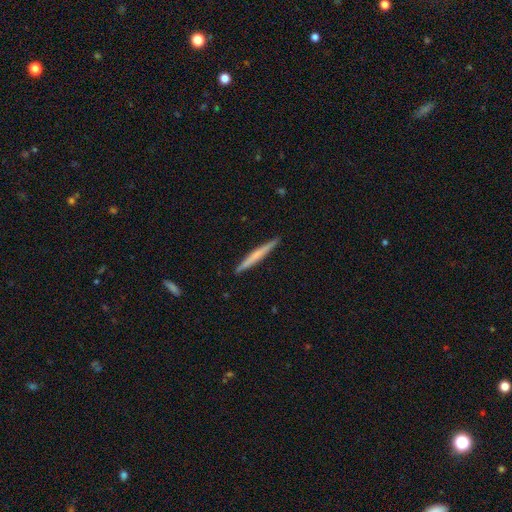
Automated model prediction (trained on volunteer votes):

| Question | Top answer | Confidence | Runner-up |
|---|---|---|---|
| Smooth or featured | smooth | 49% | featured or disk (46%) |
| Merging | none | 91% | minor disturbance (7%) |